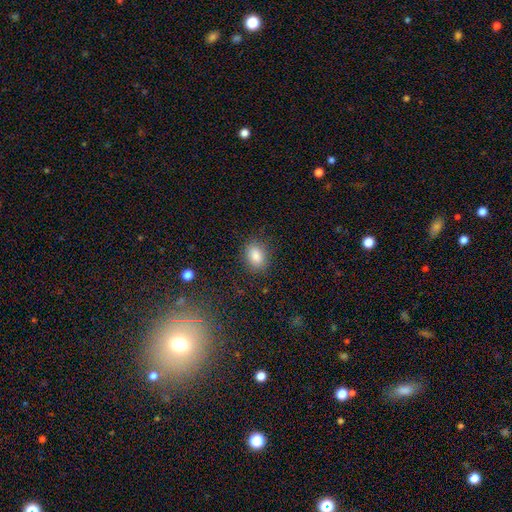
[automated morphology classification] Smooth or featured? smooth (84%)
How rounded? in between (69%)
Merging? none (84%)